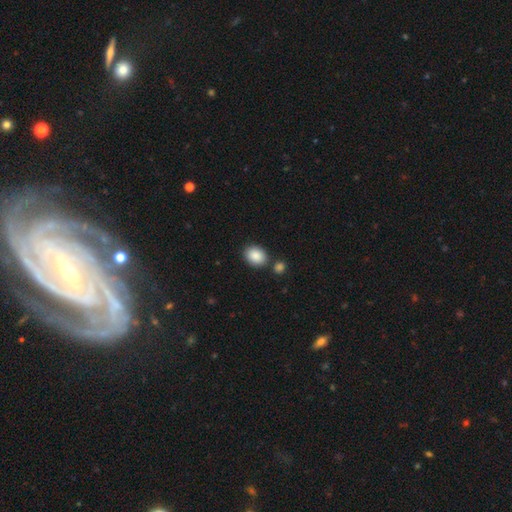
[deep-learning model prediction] Smooth or featured? smooth (89%)
How rounded? in between (56%)
Merging? none (78%)